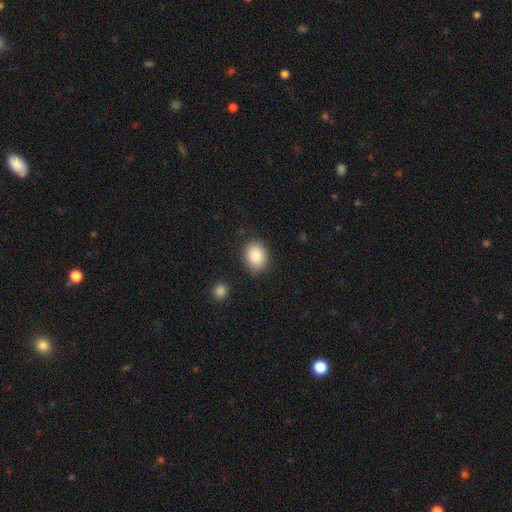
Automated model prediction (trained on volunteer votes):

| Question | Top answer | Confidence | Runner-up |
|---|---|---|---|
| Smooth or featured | smooth | 88% | star or artifact (7%) |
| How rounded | in between | 53% | round (46%) |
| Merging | none | 84% | minor disturbance (11%) |